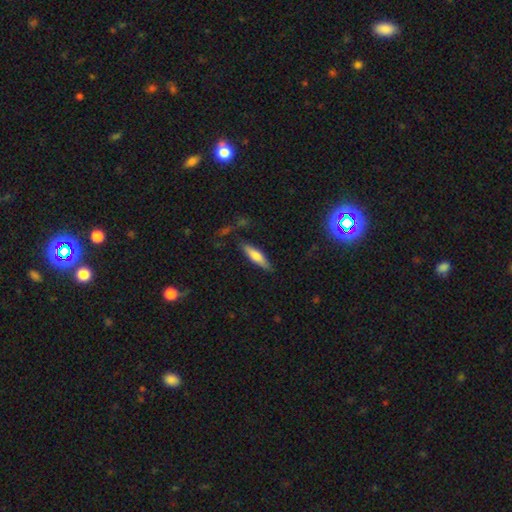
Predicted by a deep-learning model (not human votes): Smooth or featured: smooth — 66% (featured or disk — 28%)
How rounded: cigar-shaped — 72% (in between — 26%)
Merging: none — 79% (minor disturbance — 14%)